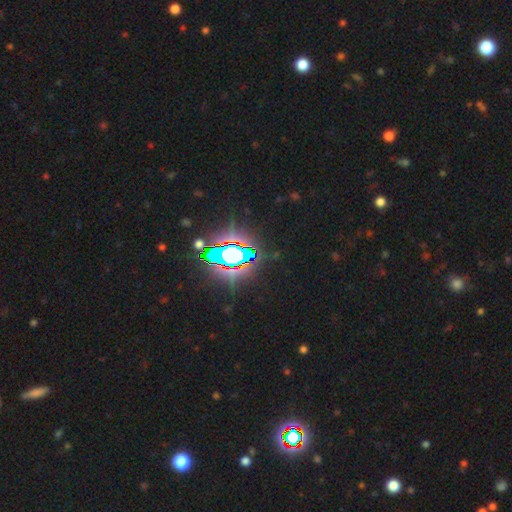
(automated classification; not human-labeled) star or artifact 76%, featured or disk 12%, smooth 12%.